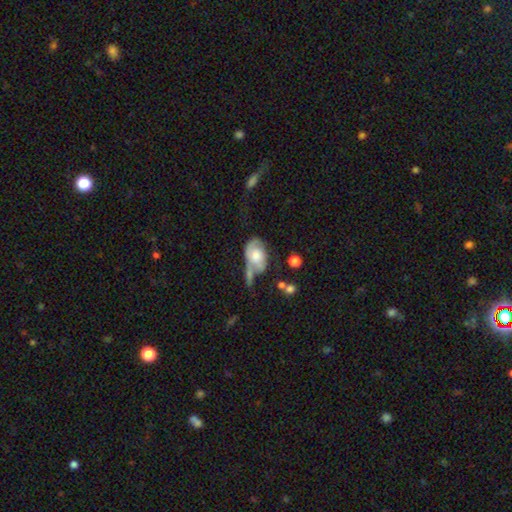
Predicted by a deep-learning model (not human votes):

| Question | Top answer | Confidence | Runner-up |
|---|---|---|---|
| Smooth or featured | smooth | 48% | featured or disk (45%) |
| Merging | major disturbance | 26% | minor disturbance (25%) |